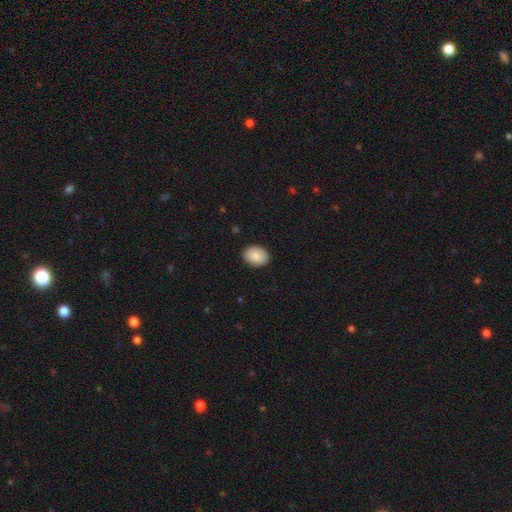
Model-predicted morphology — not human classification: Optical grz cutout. It shows a smooth galaxy with no disk features (88%) that is in between round and cigar-shaped (71%). Merging: none (90%).